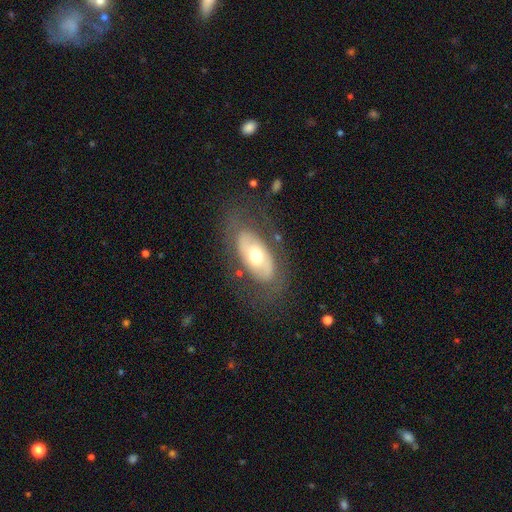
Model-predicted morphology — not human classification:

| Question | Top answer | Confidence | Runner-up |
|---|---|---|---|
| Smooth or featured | featured or disk | 54% | smooth (40%) |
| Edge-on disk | no | 87% | yes (13%) |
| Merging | none | 72% | minor disturbance (16%) |